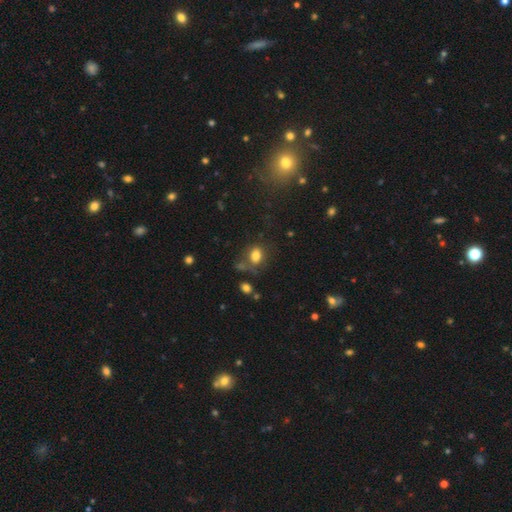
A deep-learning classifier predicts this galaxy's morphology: Smooth or featured?
  - smooth: 79% *
  - star or artifact: 12%
  - featured or disk: 9%
How rounded?
  - in between: 64% *
  - round: 35%
  - cigar-shaped: 1%
Merging?
  - none: 60% *
  - minor disturbance: 19%
  - merger: 11%
  - major disturbance: 9%